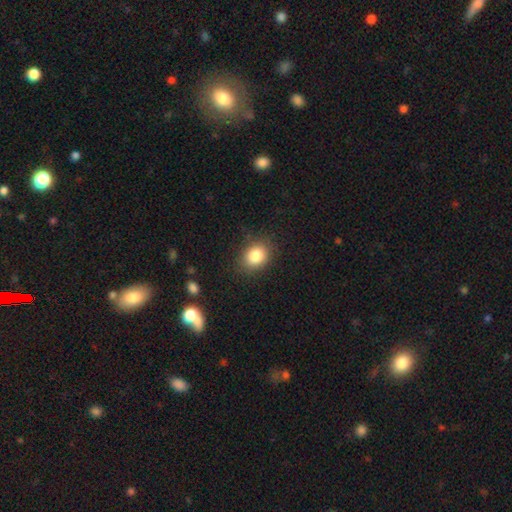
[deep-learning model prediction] smooth_or_featured: smooth (p=0.84) [alt: star or artifact p=0.10]
how_rounded: in between (p=0.50) [alt: round p=0.49]
merging: none (p=0.85) [alt: minor disturbance p=0.10]